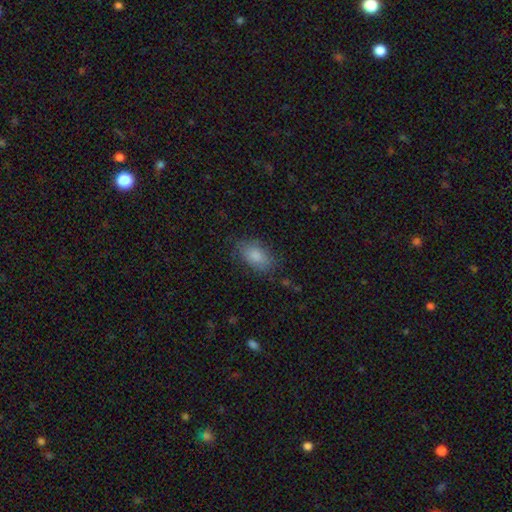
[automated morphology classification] A smooth galaxy with no disk features (83%) that is in between round and cigar-shaped (91%). Merging: none (73%).